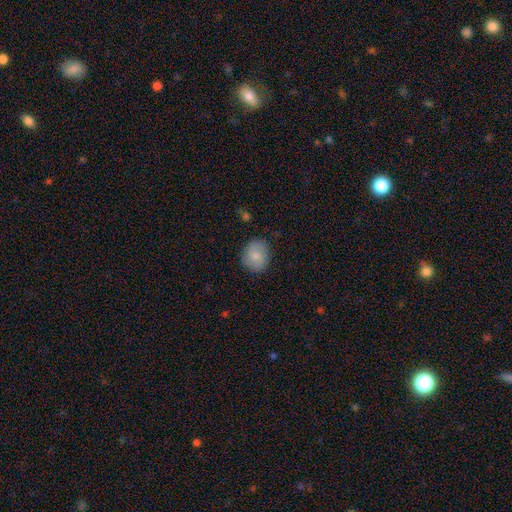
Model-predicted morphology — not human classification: smooth_or_featured: smooth (p=0.77) [alt: featured or disk p=0.16]
how_rounded: round (p=0.68) [alt: in between p=0.31]
merging: none (p=0.82) [alt: minor disturbance p=0.14]